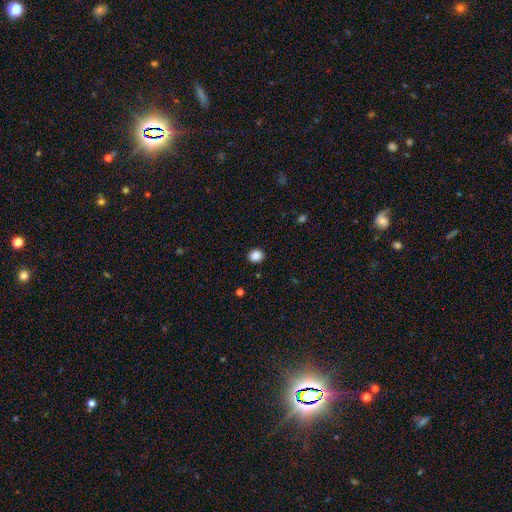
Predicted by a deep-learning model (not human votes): This is clearly a smooth galaxy (87%). How rounded: likely round (67%). Merging: clearly none (90%).